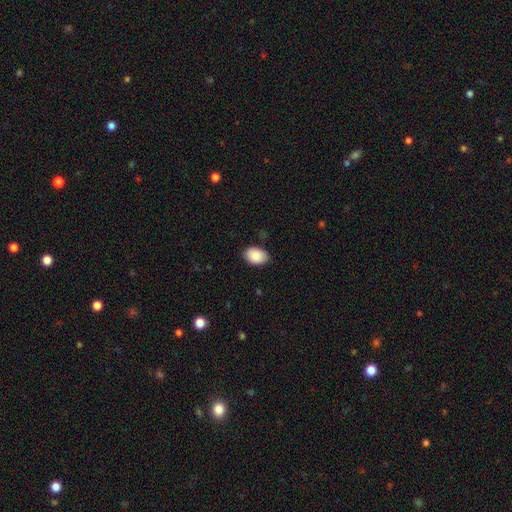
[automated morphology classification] A smooth galaxy with no disk features (87%) that is in between round and cigar-shaped (87%). Merging: none (84%).